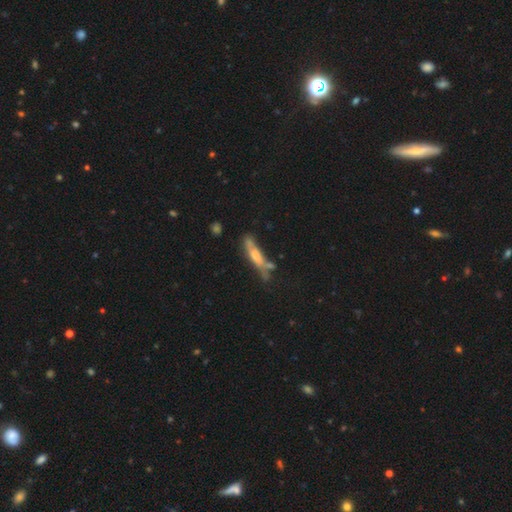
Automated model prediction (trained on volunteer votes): Q: Smooth or featured?
A: smooth (49%); runner-up: featured or disk (43%)
Q: Merging?
A: none (50%); runner-up: minor disturbance (24%)